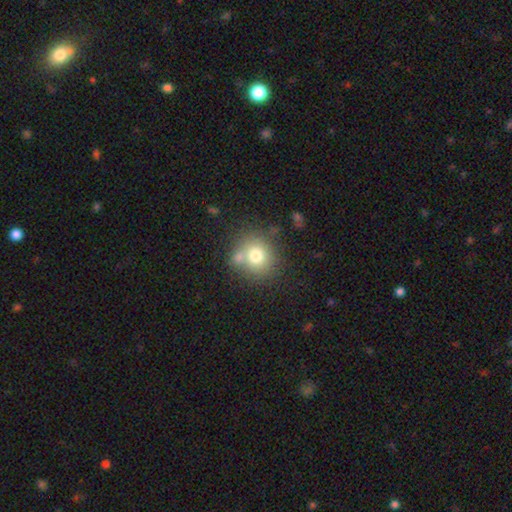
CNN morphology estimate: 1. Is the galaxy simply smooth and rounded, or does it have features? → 73% smooth, 15% featured or disk, 12% star or artifact.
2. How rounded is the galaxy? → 85% round, 14% in between, 1% cigar-shaped.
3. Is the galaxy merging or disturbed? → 61% none, 20% merger, 13% minor disturbance, 5% major disturbance.